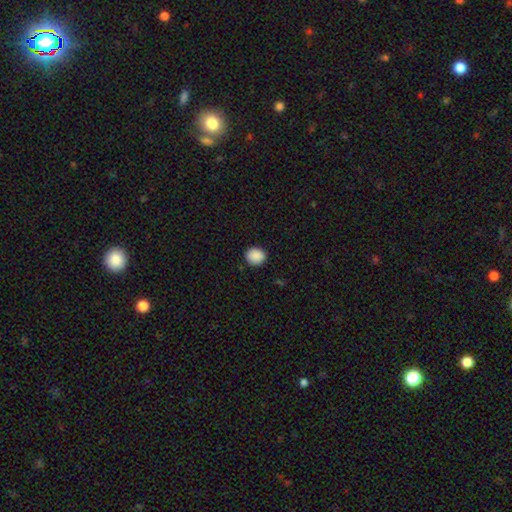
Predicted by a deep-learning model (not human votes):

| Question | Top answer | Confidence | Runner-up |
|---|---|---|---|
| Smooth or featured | smooth | 89% | star or artifact (8%) |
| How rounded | round | 78% | in between (21%) |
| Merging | none | 89% | minor disturbance (8%) |